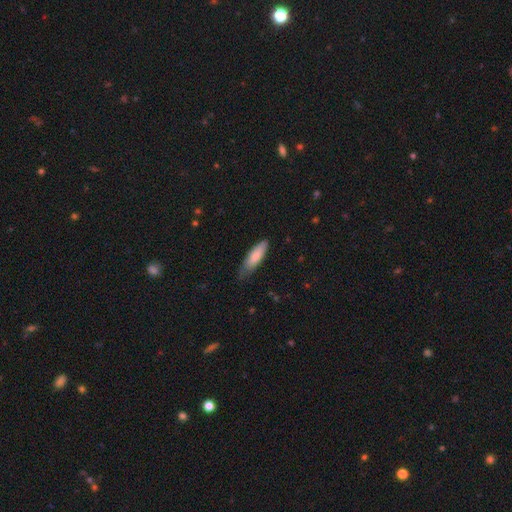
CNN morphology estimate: Q: Smooth or featured?
A: smooth (79%); runner-up: featured or disk (16%)
Q: How rounded?
A: cigar-shaped (50%); runner-up: in between (48%)
Q: Merging?
A: none (61%); runner-up: minor disturbance (32%)